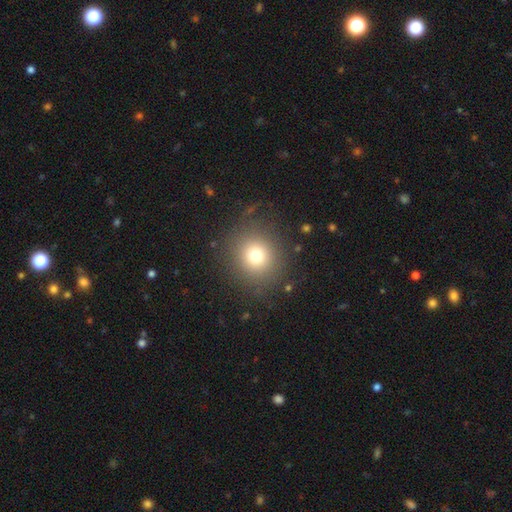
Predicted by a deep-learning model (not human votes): Smooth or featured? smooth (74%)
How rounded? round (89%)
Merging? none (85%)